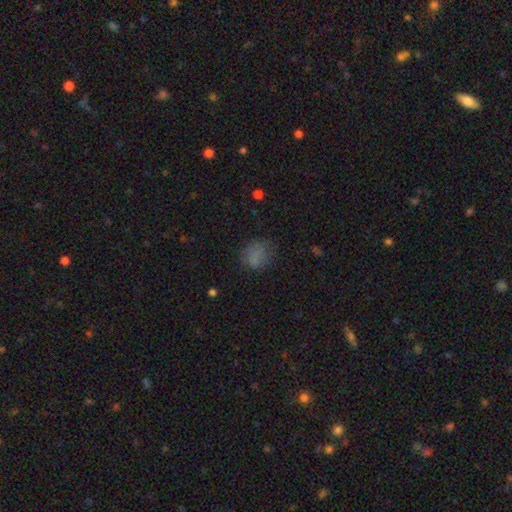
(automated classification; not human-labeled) Smooth or featured: smooth — 76% (star or artifact — 15%)
How rounded: round — 61% (in between — 38%)
Merging: none — 65% (minor disturbance — 22%)